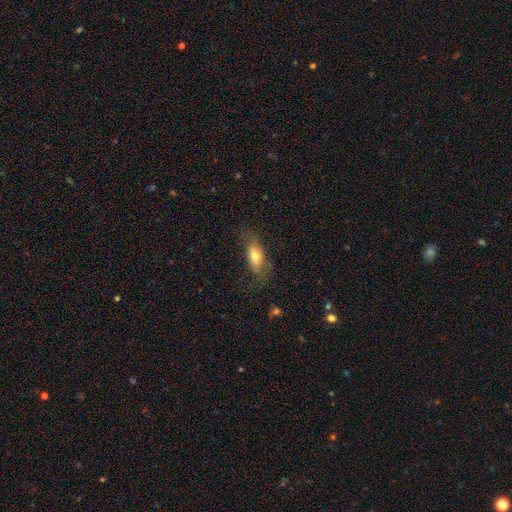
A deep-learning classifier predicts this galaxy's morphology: A smooth galaxy with no disk features (68%) that is in between round and cigar-shaped (76%). Merging: none (60%).